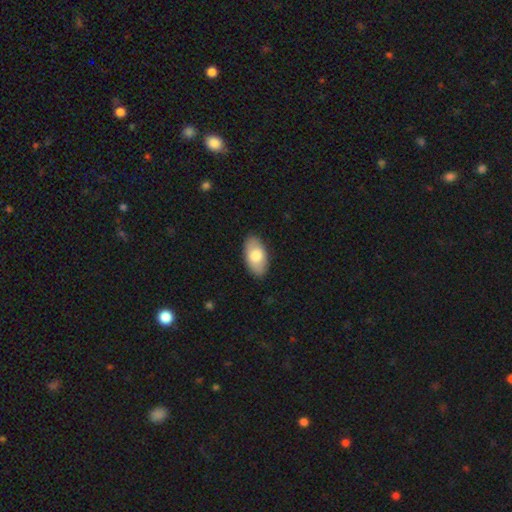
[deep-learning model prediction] A smooth galaxy with no disk features (75%) that is in between round and cigar-shaped (95%).

Vote fractions:
- Smooth or featured? smooth: 75% / featured or disk: 20% / star or artifact: 6%
- How rounded? in between: 95% / round: 3% / cigar-shaped: 2%
- Merging? none: 87% / minor disturbance: 10% / major disturbance: 2% / merger: 1%